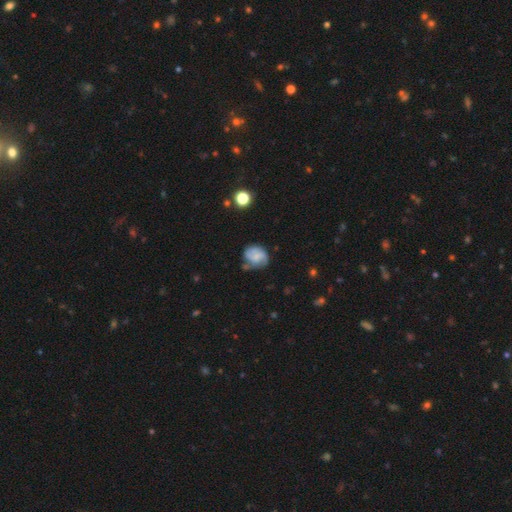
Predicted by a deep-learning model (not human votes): A featured or disk galaxy (52%) with no bar (66%), spiral arms (84%) and a small central bulge (46%).

Vote fractions:
- Smooth or featured? featured or disk: 52% / smooth: 40% / star or artifact: 9%
- Edge-on disk? no: 98% / yes: 2%
- Bar? no: 66% / weak: 28% / strong: 5%
- Spiral arms? yes: 84% / no: 16%
- Bulge size? small: 46% / none: 31% / moderate: 19% / large: 3% / dominant: 1%
- Merging? none: 55% / minor disturbance: 28% / major disturbance: 12% / merger: 5%